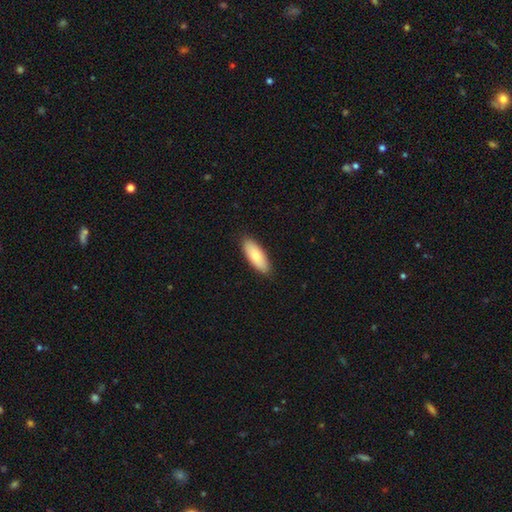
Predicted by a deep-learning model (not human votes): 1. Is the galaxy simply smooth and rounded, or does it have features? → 77% smooth, 18% featured or disk, 6% star or artifact.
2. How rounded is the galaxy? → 74% in between, 24% cigar-shaped, 2% round.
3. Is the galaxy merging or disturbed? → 88% none, 9% minor disturbance, 2% major disturbance, 1% merger.